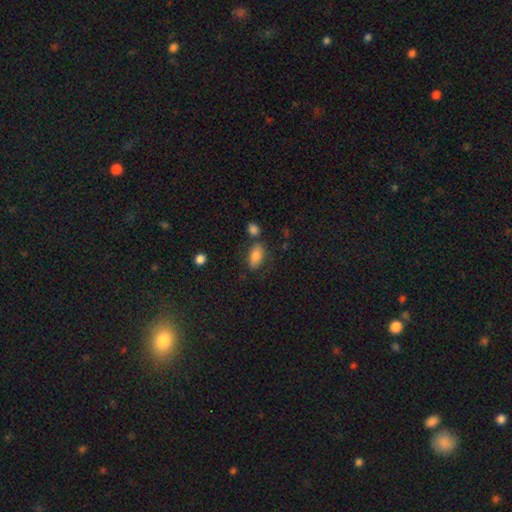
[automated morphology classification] Smooth or featured: smooth — 83% (featured or disk — 9%)
How rounded: in between — 91% (round — 5%)
Merging: none — 71% (minor disturbance — 14%)